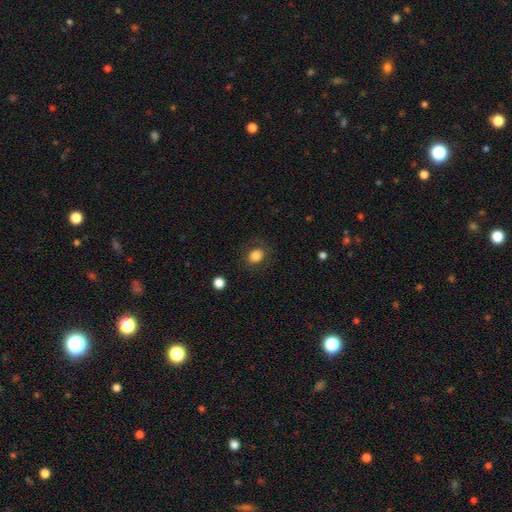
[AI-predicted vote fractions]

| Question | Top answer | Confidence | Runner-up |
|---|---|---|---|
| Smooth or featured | smooth | 82% | star or artifact (10%) |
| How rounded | round | 65% | in between (34%) |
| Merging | none | 82% | minor disturbance (11%) |